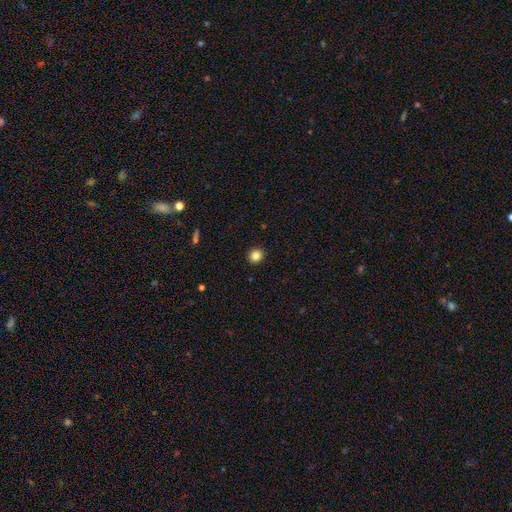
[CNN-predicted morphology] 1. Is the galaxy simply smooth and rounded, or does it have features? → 84% smooth, 11% star or artifact, 5% featured or disk.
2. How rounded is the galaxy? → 86% round, 13% in between, 1% cigar-shaped.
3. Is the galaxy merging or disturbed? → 92% none, 5% minor disturbance, 2% major disturbance, 1% merger.